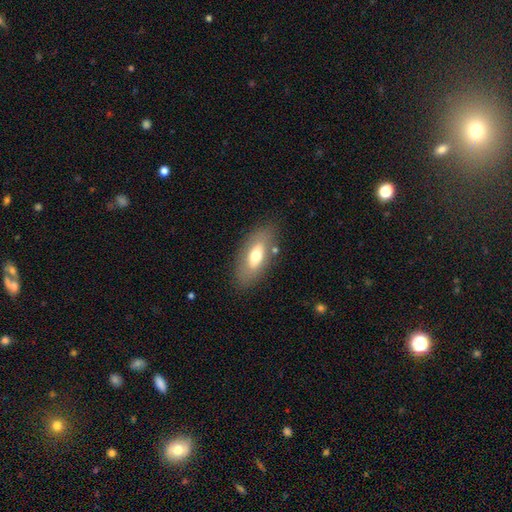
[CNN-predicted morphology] A smooth galaxy with no disk features (61%) that is in between round and cigar-shaped (85%).

Vote fractions:
- Smooth or featured? smooth: 61% / featured or disk: 32% / star or artifact: 7%
- How rounded? in between: 85% / cigar-shaped: 12% / round: 4%
- Merging? none: 80% / minor disturbance: 13% / major disturbance: 4% / merger: 3%